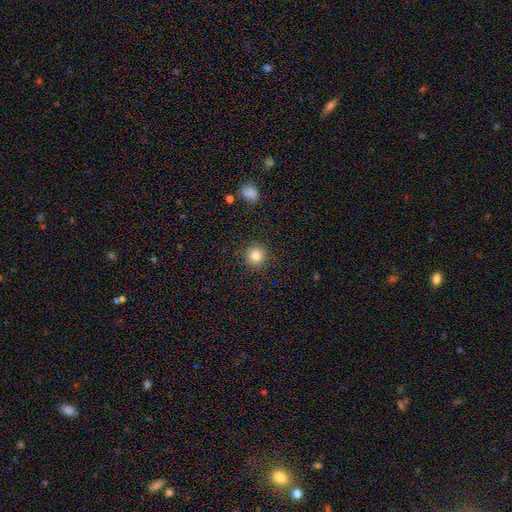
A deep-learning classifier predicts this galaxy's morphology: Smooth or featured? Predicted: smooth (p=0.82). How rounded? Predicted: round (p=0.94). Merging? Predicted: none (p=0.90).